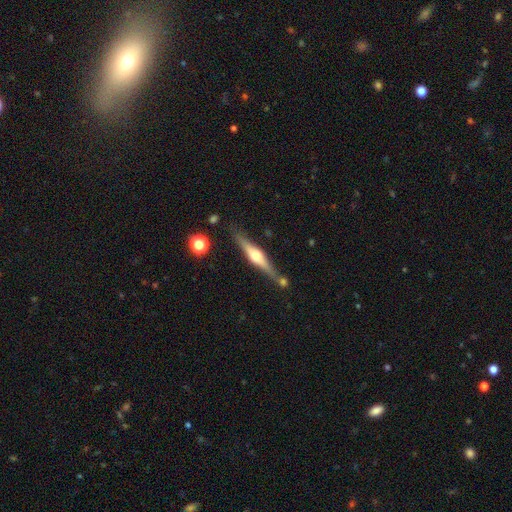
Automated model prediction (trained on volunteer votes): Morphology: type=featured or disk (72%); edge-on=yes (97%); edge-on bulge=rounded (91%); merging=none (79%).